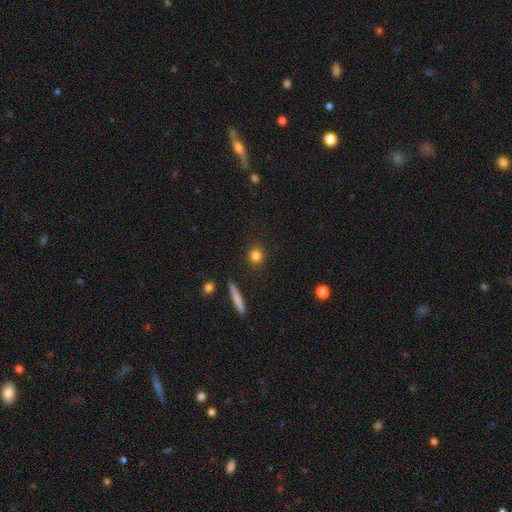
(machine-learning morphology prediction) This appears to be a smooth galaxy with no disk features (83%) that is round (84%). Merging: none (90%).